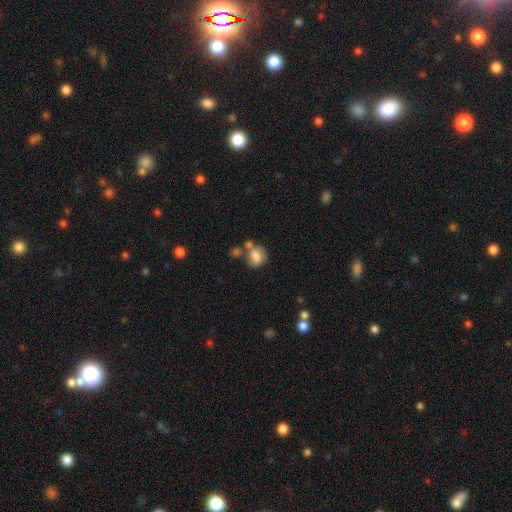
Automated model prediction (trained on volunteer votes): A smooth galaxy with no disk features (77%) that is round (53%).

Vote fractions:
- Smooth or featured? smooth: 77% / featured or disk: 14% / star or artifact: 9%
- How rounded? round: 53% / in between: 46% / cigar-shaped: 1%
- Merging? none: 45% / merger: 29% / minor disturbance: 17% / major disturbance: 8%